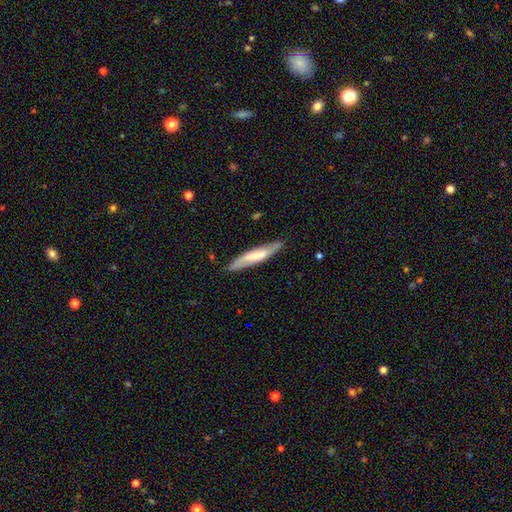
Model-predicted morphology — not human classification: Smooth or featured: smooth — 49% (featured or disk — 46%)
Merging: none — 84% (minor disturbance — 12%)